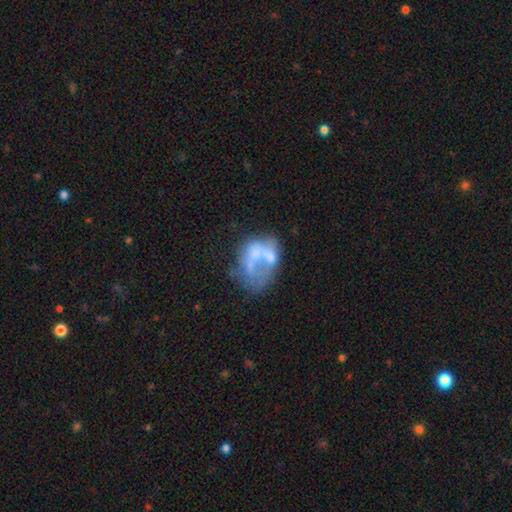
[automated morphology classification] The model was most divided on "merging": major disturbance: 33%, none: 26%, merger: 22%, minor disturbance: 18%. More confident: edge-on disk — no (98%); spiral arms — no (90%); bar — no (87%); bulge size — none (63%); smooth or featured — featured or disk (52%).